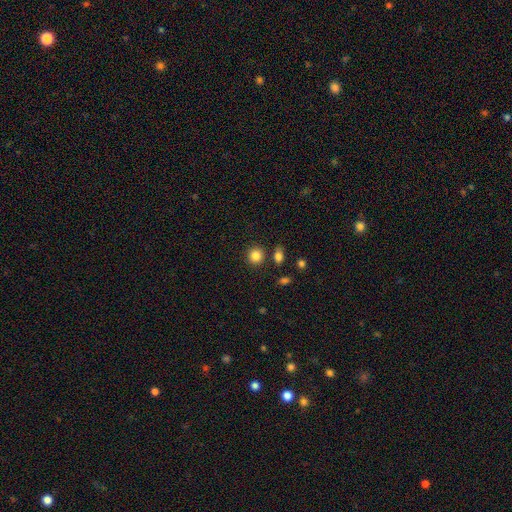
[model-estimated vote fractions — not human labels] This is clearly a smooth galaxy (84%). How rounded: clearly round (88%). Merging: clearly none (84%).